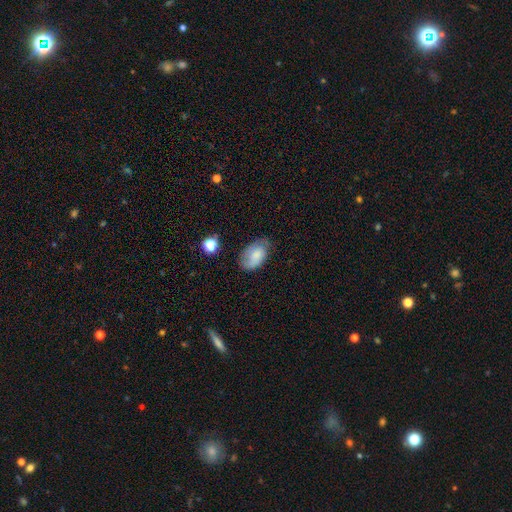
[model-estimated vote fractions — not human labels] Smooth or featured?
  - smooth: 70% *
  - featured or disk: 22%
  - star or artifact: 9%
How rounded?
  - in between: 90% *
  - round: 8%
  - cigar-shaped: 1%
Merging?
  - none: 60% *
  - minor disturbance: 29%
  - major disturbance: 9%
  - merger: 2%